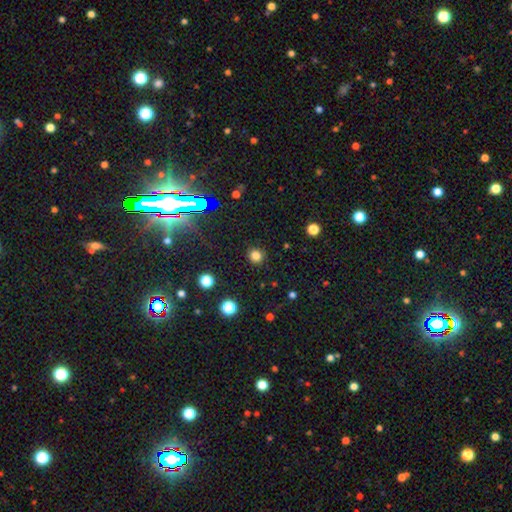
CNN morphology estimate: A smooth galaxy with no disk features (80%) that is round (91%).

Vote fractions:
- Smooth or featured? smooth: 80% / star or artifact: 16% / featured or disk: 4%
- How rounded? round: 91% / in between: 8% / cigar-shaped: 1%
- Merging? none: 91% / minor disturbance: 6% / major disturbance: 2% / merger: 1%